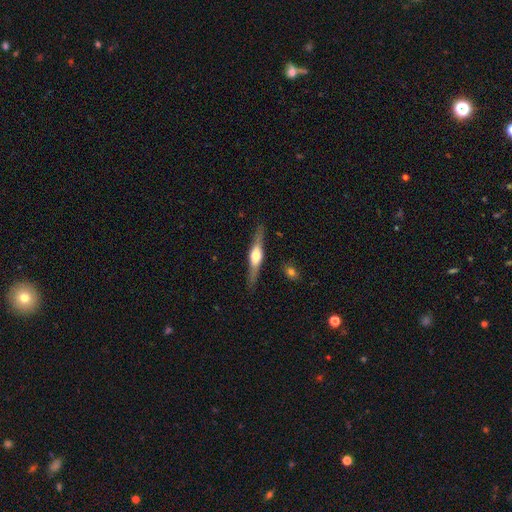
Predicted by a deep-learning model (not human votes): Q: Smooth or featured?
A: featured or disk (70%); runner-up: smooth (24%)
Q: Edge-on disk?
A: yes (96%); runner-up: no (4%)
Q: Edge-on bulge?
A: rounded (88%); runner-up: boxy (10%)
Q: Merging?
A: none (86%); runner-up: minor disturbance (10%)